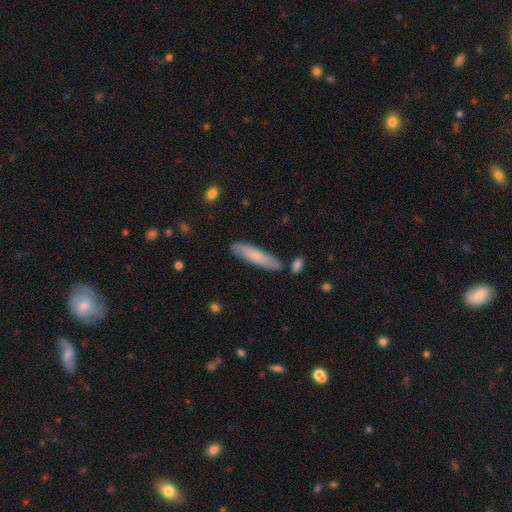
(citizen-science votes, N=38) Overall: smooth (55%; featured or disk 37%). How rounded: cigar-shaped (95%). Merging: none (77%).